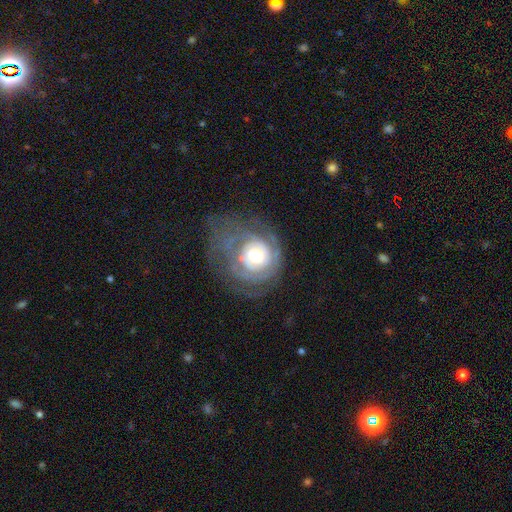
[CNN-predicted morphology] A featured or disk galaxy (75%) with no bar (76%), tight (69%) spiral arms (82%) and a moderate central bulge (61%).

Vote fractions:
- Smooth or featured? featured or disk: 75% / smooth: 17% / star or artifact: 7%
- Edge-on disk? no: 97% / yes: 3%
- Bar? no: 76% / weak: 18% / strong: 5%
- Spiral arms? yes: 82% / no: 18%
- Spiral winding? tight: 69% / medium: 21% / loose: 9%
- Spiral arm count? can't tell: 48% / 2: 21% / 3: 11% / 1: 9% / 4: 6% / more than 4: 5%
- Bulge size? moderate: 61% / large: 27% / small: 8% / dominant: 3% / none: 1%
- Merging? none: 58% / major disturbance: 21% / minor disturbance: 19% / merger: 2%